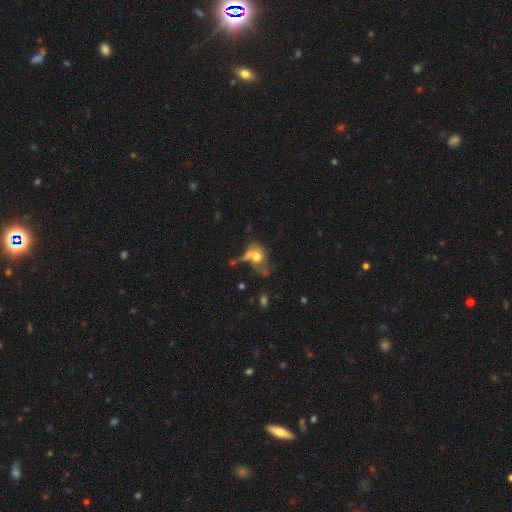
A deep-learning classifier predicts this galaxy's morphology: Smooth or featured: smooth — 61% (featured or disk — 26%)
How rounded: in between — 49% (round — 48%)
Merging: merger — 35% (none — 29%)